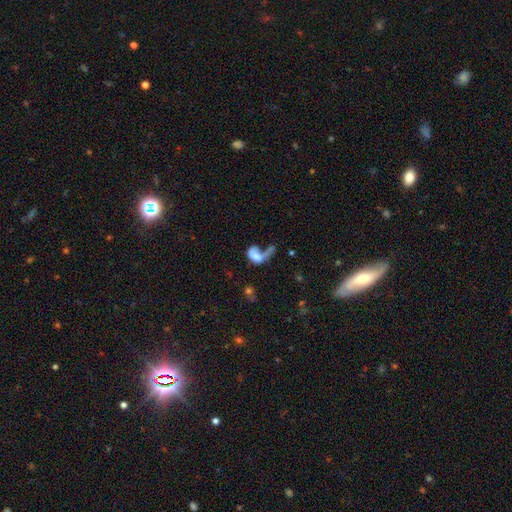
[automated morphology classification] The model was most divided on "merging": major disturbance: 40%, merger: 34%, none: 15%, minor disturbance: 10%. More confident: how rounded — in between (79%); smooth or featured — smooth (54%).